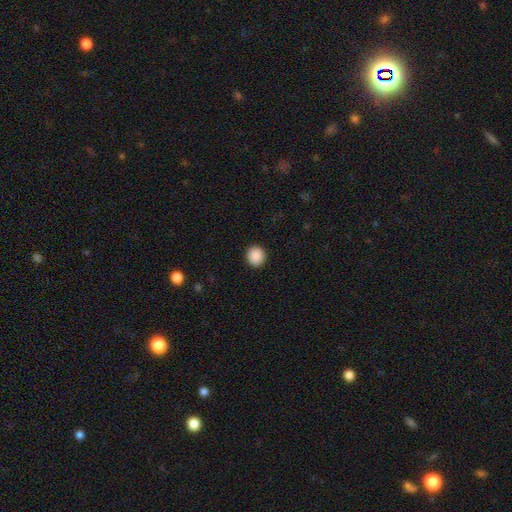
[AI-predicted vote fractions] smooth 90%, star or artifact 8%, featured or disk 2%. Down the decision tree: how rounded — round (88%); merging — none (92%).